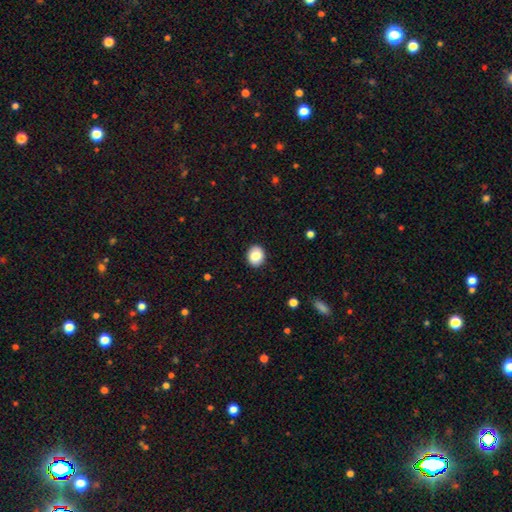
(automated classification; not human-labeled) Smooth or featured: smooth — 86% (star or artifact — 8%)
How rounded: round — 70% (in between — 29%)
Merging: none — 91% (minor disturbance — 6%)